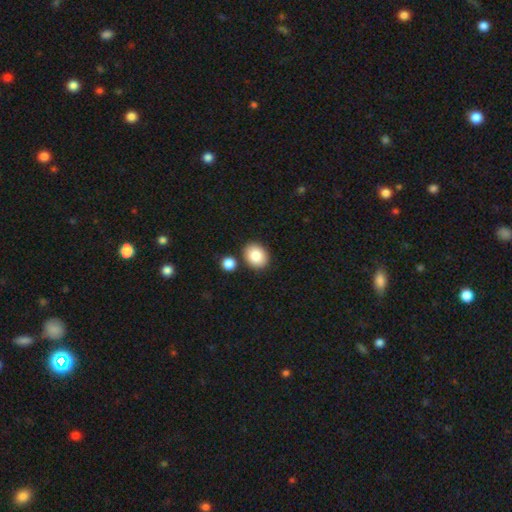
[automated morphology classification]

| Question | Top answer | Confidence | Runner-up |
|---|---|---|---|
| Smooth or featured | smooth | 86% | star or artifact (8%) |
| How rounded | in between | 56% | round (43%) |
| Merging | none | 82% | minor disturbance (9%) |